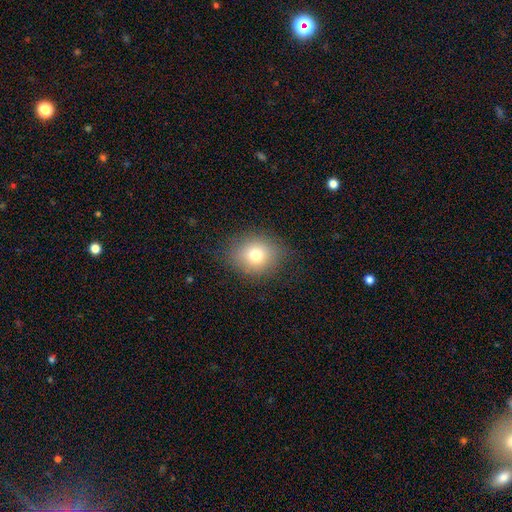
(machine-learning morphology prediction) This appears to be a smooth galaxy with no disk features (74%) that is round (64%). Merging: none (83%).